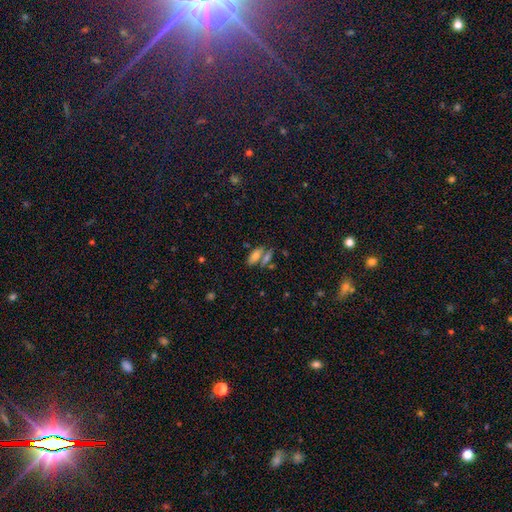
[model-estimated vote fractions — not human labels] A smooth galaxy with no disk features (67%) that is in between round and cigar-shaped (72%). Merging: none (53%).